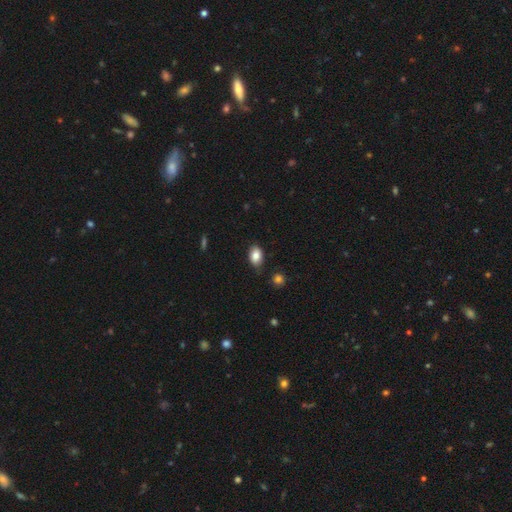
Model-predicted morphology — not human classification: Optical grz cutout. It shows a smooth galaxy with no disk features (83%) that is in between round and cigar-shaped (86%). Merging: none (79%).